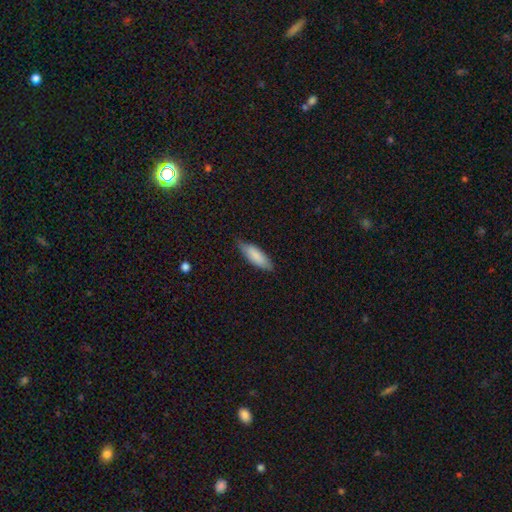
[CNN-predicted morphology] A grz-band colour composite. It shows a smooth galaxy with no disk features (84%) that is in between round and cigar-shaped (60%). Merging: none (74%).